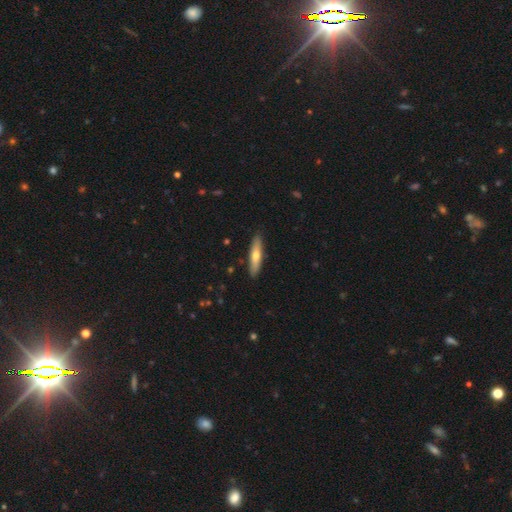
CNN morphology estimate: Smooth or featured: smooth — 61% (featured or disk — 33%)
How rounded: cigar-shaped — 80% (in between — 18%)
Merging: none — 89% (minor disturbance — 8%)